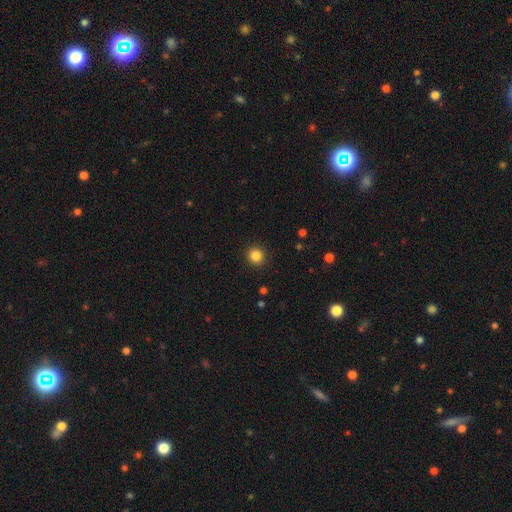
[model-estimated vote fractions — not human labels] smooth 85%, star or artifact 11%, featured or disk 4%. Down the decision tree: how rounded — round (94%); merging — none (92%).